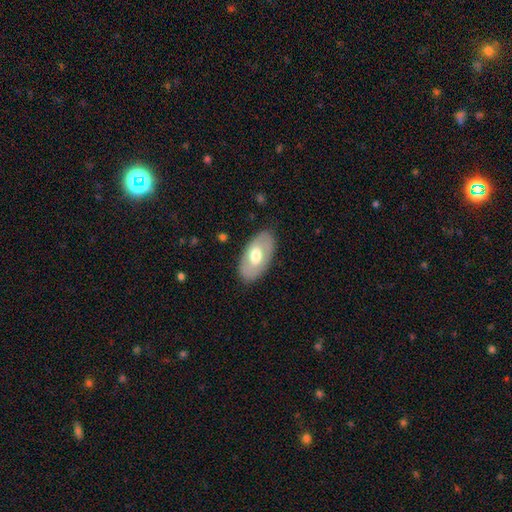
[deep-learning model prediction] Smooth or featured: smooth — 55% (featured or disk — 39%)
How rounded: in between — 94% (round — 4%)
Merging: none — 83% (minor disturbance — 12%)